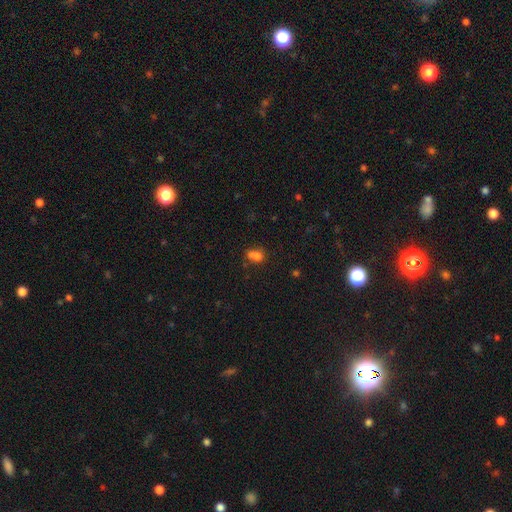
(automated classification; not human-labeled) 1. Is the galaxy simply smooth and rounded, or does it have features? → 75% smooth, 14% star or artifact, 11% featured or disk.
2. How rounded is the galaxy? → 55% in between, 43% round, 2% cigar-shaped.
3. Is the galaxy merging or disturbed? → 39% none, 37% merger, 17% minor disturbance, 8% major disturbance.